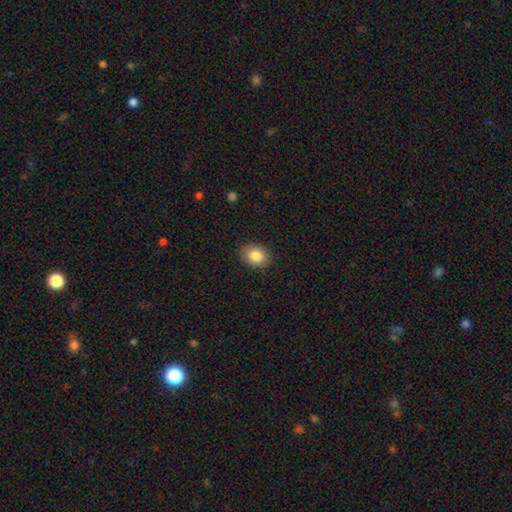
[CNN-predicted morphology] The model was most divided on "how rounded": in between: 56%, round: 43%, cigar-shaped: 1%. More confident: merging — none (87%); smooth or featured — smooth (85%).